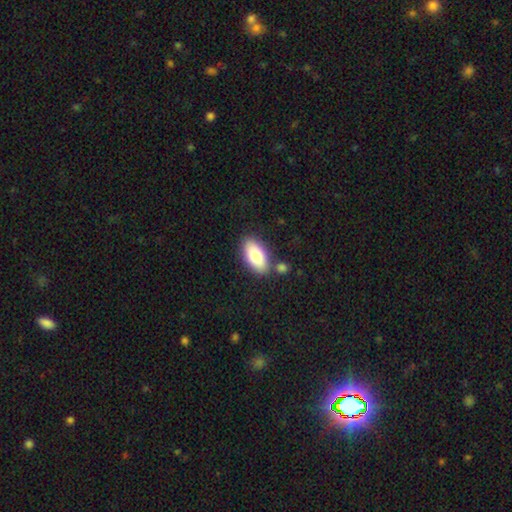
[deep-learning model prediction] smooth_or_featured: smooth (p=0.78) [alt: featured or disk p=0.16]
how_rounded: in between (p=0.92) [alt: cigar-shaped p=0.04]
merging: none (p=0.77) [alt: minor disturbance p=0.11]